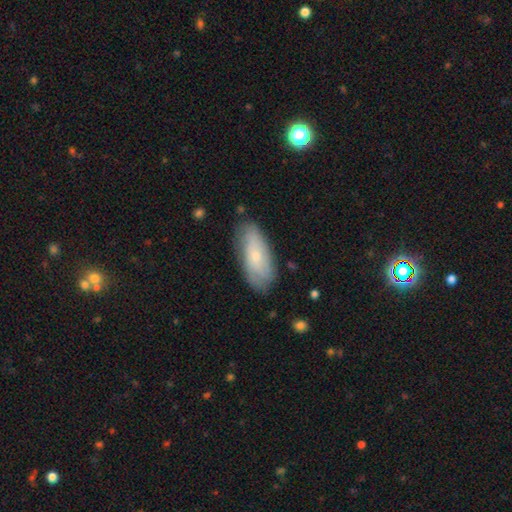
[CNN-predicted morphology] Smooth or featured? Predicted: smooth (p=0.65). How rounded? Predicted: in between (p=0.80). Merging? Predicted: none (p=0.74).